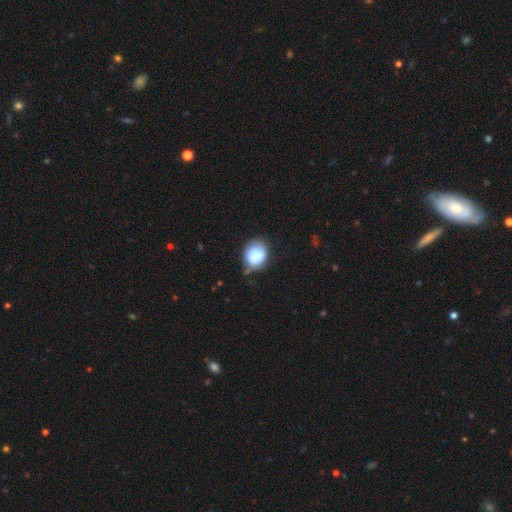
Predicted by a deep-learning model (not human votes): Q: Smooth or featured?
A: smooth (82%); runner-up: featured or disk (10%)
Q: How rounded?
A: round (61%); runner-up: in between (38%)
Q: Merging?
A: none (59%); runner-up: minor disturbance (29%)